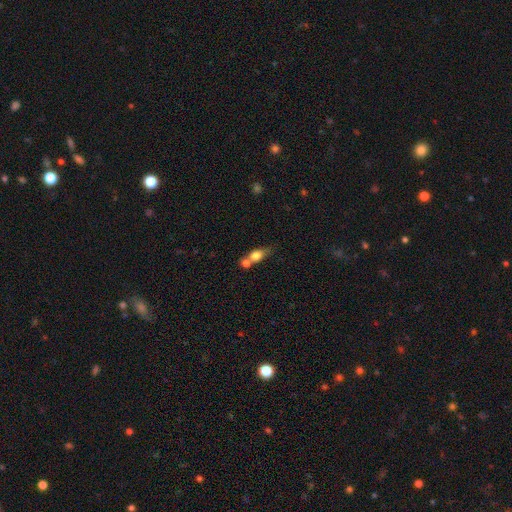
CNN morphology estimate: A smooth galaxy with no disk features (75%) that is in between round and cigar-shaped (57%). Merging: merger (52%).